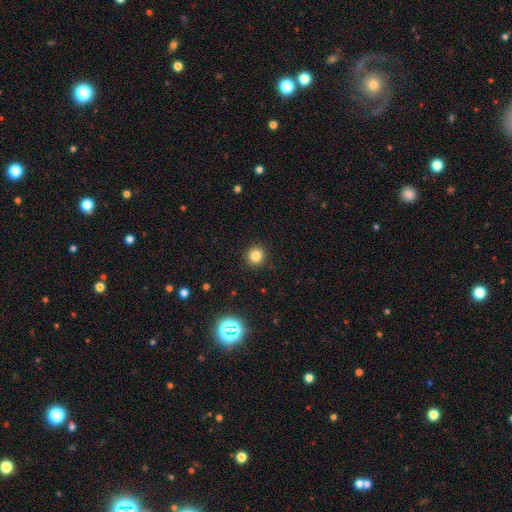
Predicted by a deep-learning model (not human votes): A smooth galaxy with no disk features (82%) that is round (92%).

Vote fractions:
- Smooth or featured? smooth: 82% / star or artifact: 13% / featured or disk: 5%
- How rounded? round: 92% / in between: 7% / cigar-shaped: 1%
- Merging? none: 92% / minor disturbance: 5% / major disturbance: 2% / merger: 1%